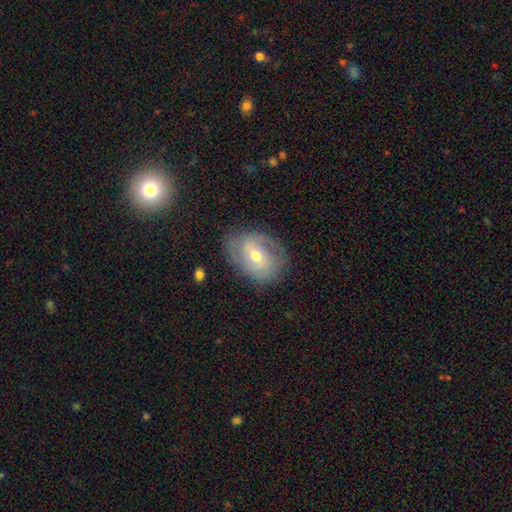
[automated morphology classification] Smooth or featured? Predicted: featured or disk (p=0.59). Edge-on disk? Predicted: no (p=0.95). Bar? Predicted: no (p=0.46). Spiral arms? Predicted: yes (p=0.71). Bulge size? Predicted: moderate (p=0.57). Merging? Predicted: none (p=0.72).